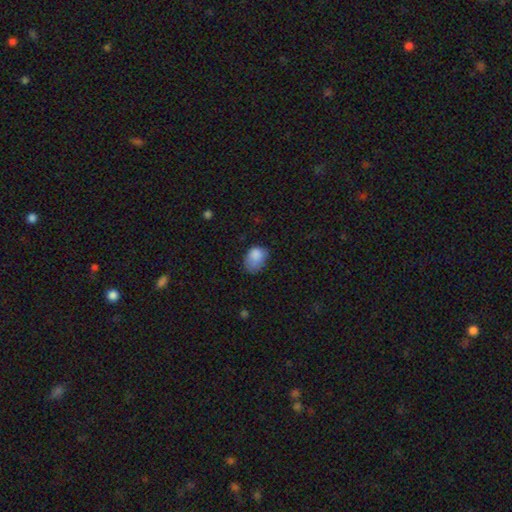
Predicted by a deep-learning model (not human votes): Overall: smooth (84%). How rounded: in between (72%). Merging: none (43%; minor disturbance 39%).